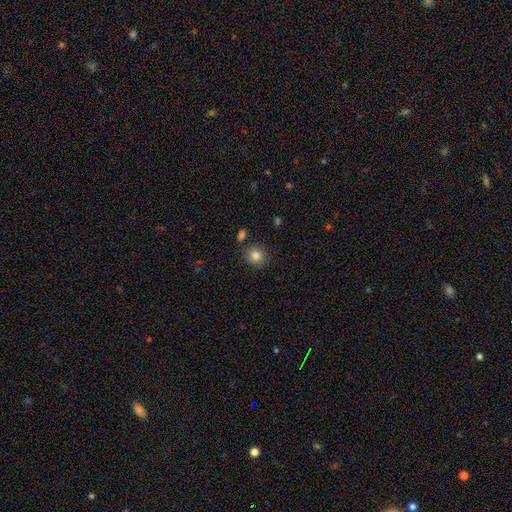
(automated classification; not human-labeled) smooth_or_featured: smooth (p=0.83) [alt: star or artifact p=0.11]
how_rounded: round (p=0.87) [alt: in between p=0.12]
merging: none (p=0.85) [alt: minor disturbance p=0.09]